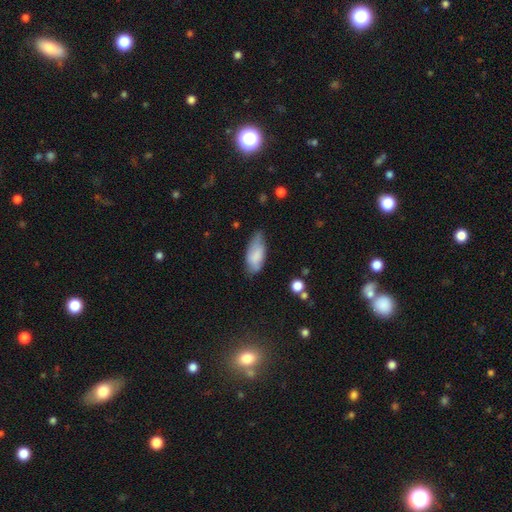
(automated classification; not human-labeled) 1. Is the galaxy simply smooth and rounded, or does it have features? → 79% smooth, 14% featured or disk, 7% star or artifact.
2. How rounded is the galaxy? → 86% in between, 12% cigar-shaped, 2% round.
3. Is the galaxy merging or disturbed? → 56% none, 34% minor disturbance, 8% major disturbance, 2% merger.